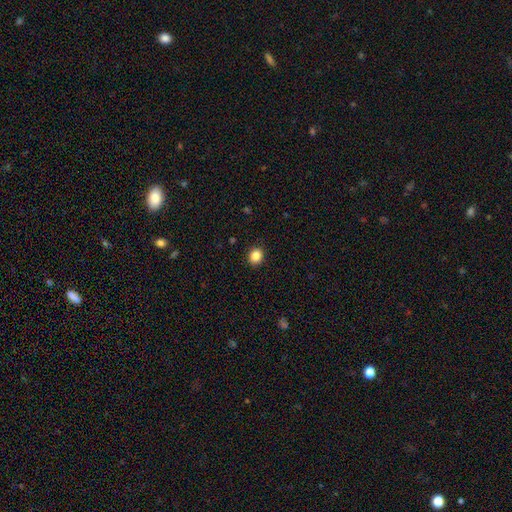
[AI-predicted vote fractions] Morphology: type=smooth (86%); roundness=round (69%); merging=none (91%).